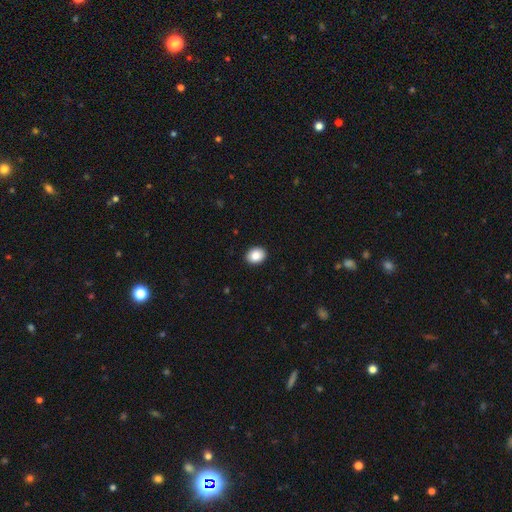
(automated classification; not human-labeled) smooth-or-featured: smooth: 87% | star or artifact: 8% | featured or disk: 5%
  how-rounded: in between: 53% | round: 46% | cigar-shaped: 1%
  merging: none: 92% | minor disturbance: 6% | major disturbance: 2% | merger: 1%